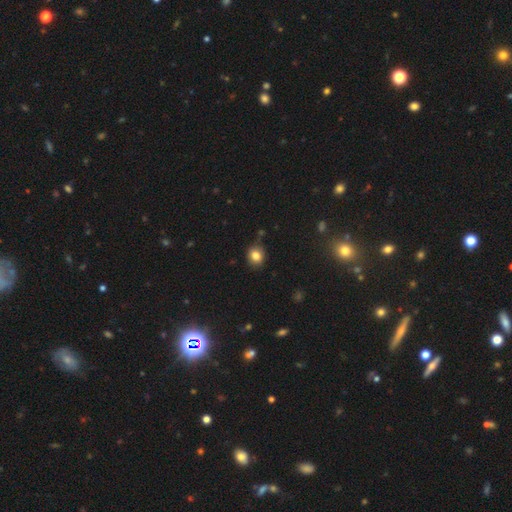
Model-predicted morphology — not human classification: This is clearly a smooth galaxy (82%). How rounded: likely round (68%). Merging: clearly none (81%).